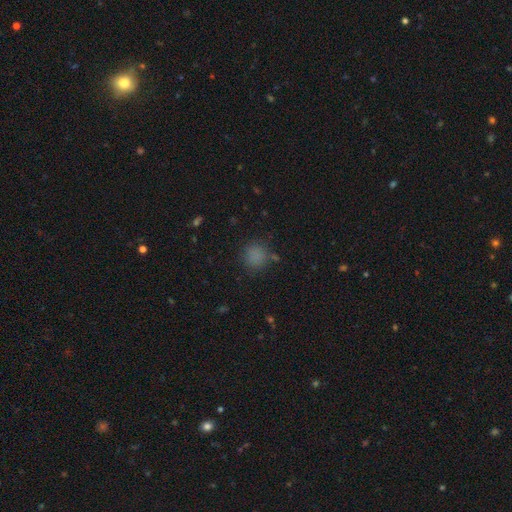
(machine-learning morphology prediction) This appears to be a smooth galaxy with no disk features (80%) that is round (88%). Merging: none (81%).